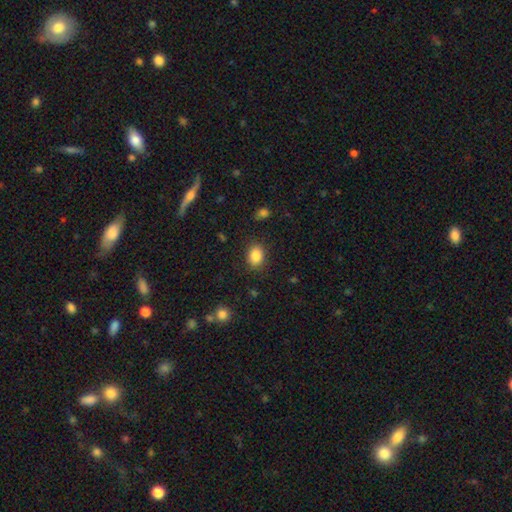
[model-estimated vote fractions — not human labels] Smooth or featured?
  - smooth: 86% *
  - star or artifact: 9%
  - featured or disk: 5%
How rounded?
  - in between: 65% *
  - round: 34%
  - cigar-shaped: 1%
Merging?
  - none: 85% *
  - minor disturbance: 10%
  - major disturbance: 3%
  - merger: 1%